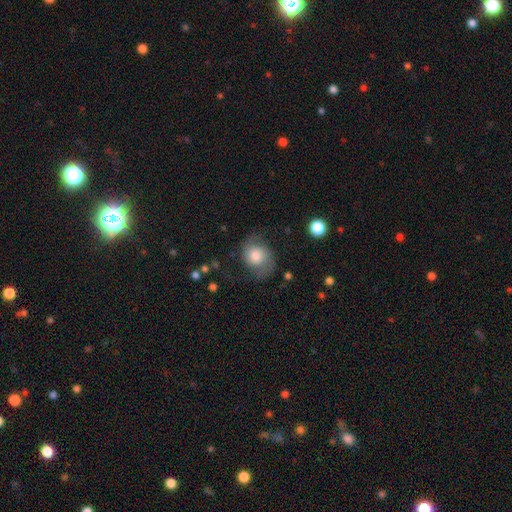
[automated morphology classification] A featured or disk galaxy (51%). Merging: none (61%).